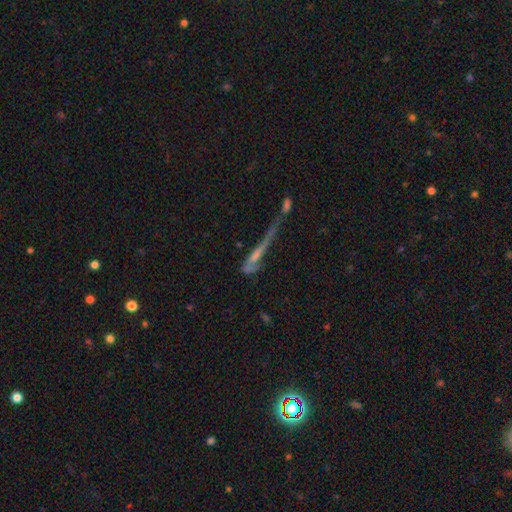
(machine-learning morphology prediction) smooth-or-featured: featured or disk: 49% | smooth: 32% | star or artifact: 19%
  merging: merger: 39% | major disturbance: 32% | none: 18% | minor disturbance: 12%